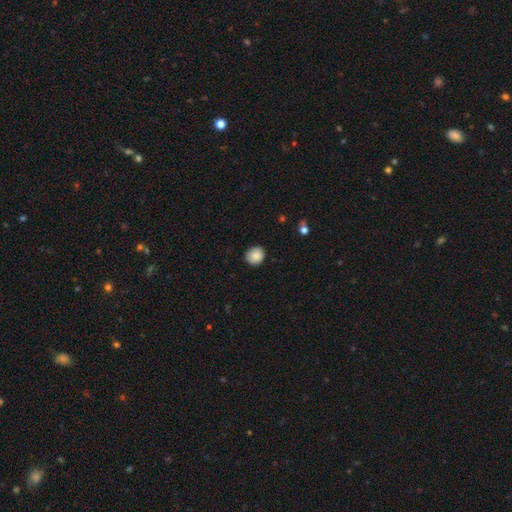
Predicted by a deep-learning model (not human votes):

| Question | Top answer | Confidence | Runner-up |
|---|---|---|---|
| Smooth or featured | smooth | 87% | star or artifact (8%) |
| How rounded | round | 84% | in between (15%) |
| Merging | none | 88% | minor disturbance (9%) |